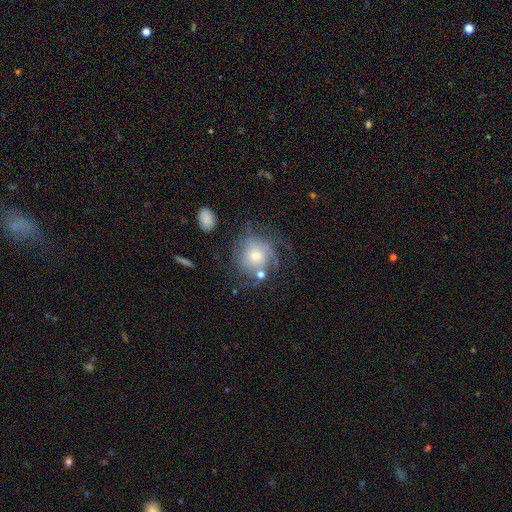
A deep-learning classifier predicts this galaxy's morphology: Overall: featured or disk (60%; smooth 31%). Edge-on disk: no (97%). Bar: no (78%). Spiral arms: yes (78%). Bulge size: moderate (52%; small 36%). Merging: none (53%; major disturbance 21%).